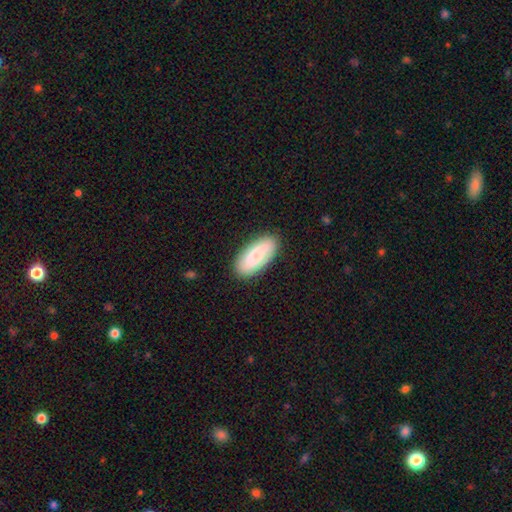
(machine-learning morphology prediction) Overall: smooth (76%). How rounded: in between (84%). Merging: none (86%).